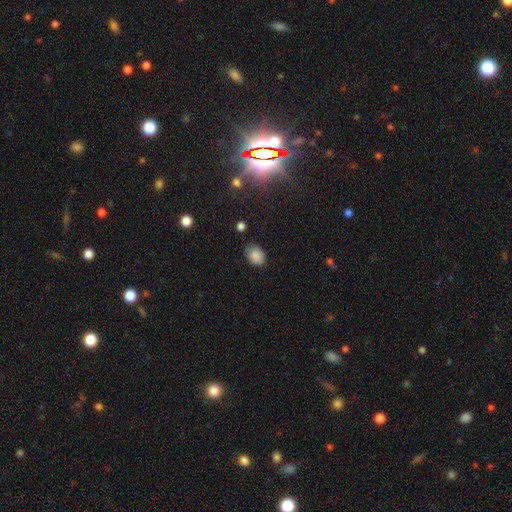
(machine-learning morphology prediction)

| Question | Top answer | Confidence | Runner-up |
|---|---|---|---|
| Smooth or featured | smooth | 85% | star or artifact (10%) |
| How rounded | in between | 68% | round (31%) |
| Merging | none | 74% | minor disturbance (20%) |